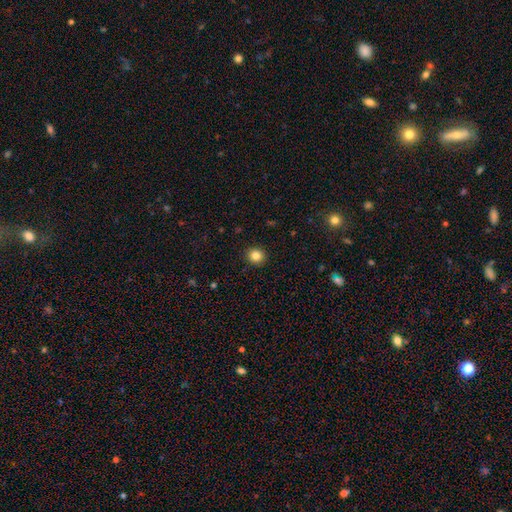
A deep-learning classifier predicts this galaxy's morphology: Q: Smooth or featured?
A: smooth (84%); runner-up: star or artifact (11%)
Q: How rounded?
A: round (88%); runner-up: in between (11%)
Q: Merging?
A: none (92%); runner-up: minor disturbance (5%)